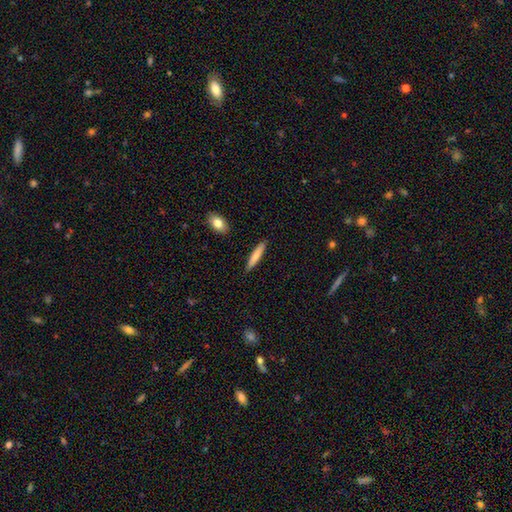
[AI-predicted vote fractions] smooth 76%, featured or disk 19%, star or artifact 6%. Down the decision tree: how rounded — cigar-shaped (91%); merging — none (89%).